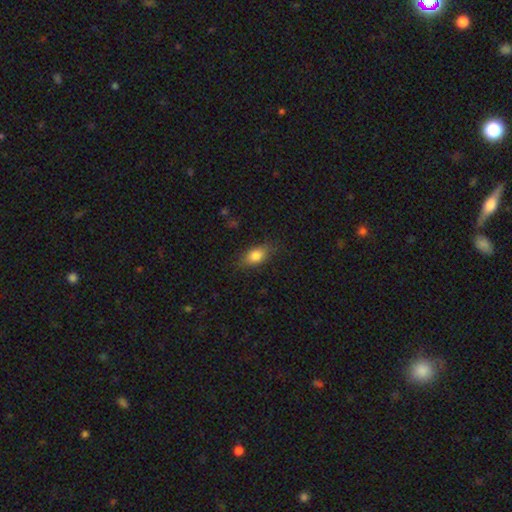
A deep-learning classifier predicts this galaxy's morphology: smooth_or_featured: smooth (p=0.81) [alt: featured or disk p=0.11]
how_rounded: in between (p=0.83) [alt: round p=0.09]
merging: none (p=0.80) [alt: minor disturbance p=0.15]